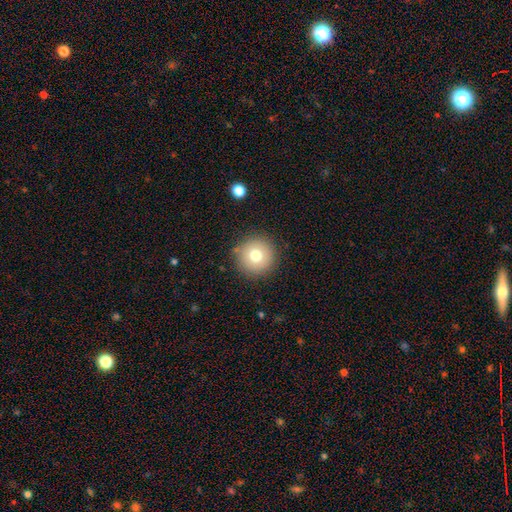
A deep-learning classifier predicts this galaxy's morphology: Q: Smooth or featured?
A: smooth (74%); runner-up: featured or disk (15%)
Q: How rounded?
A: round (96%); runner-up: in between (3%)
Q: Merging?
A: none (87%); runner-up: minor disturbance (8%)